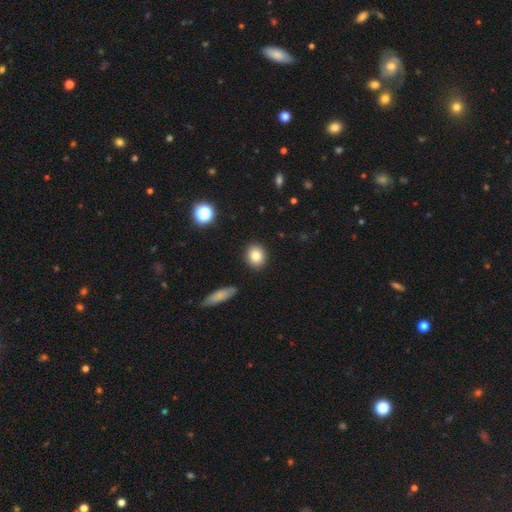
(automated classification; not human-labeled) This appears to be a smooth galaxy with no disk features (83%) that is round (63%). Merging: none (89%).